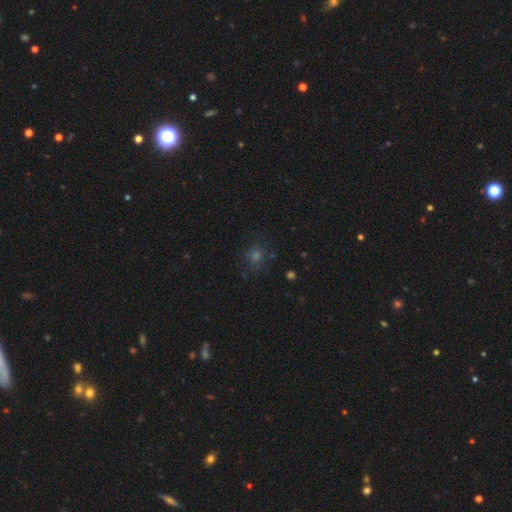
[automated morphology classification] This appears to be a smooth galaxy with no disk features (51%) that is round (82%). Merging: none (80%).